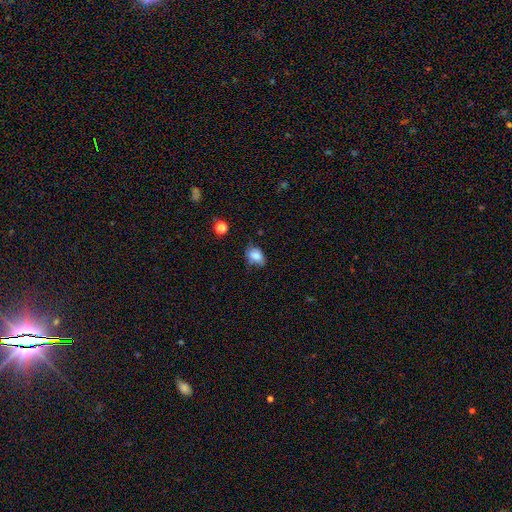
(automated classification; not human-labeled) smooth-or-featured: smooth: 78% | featured or disk: 12% | star or artifact: 10%
  how-rounded: in between: 75% | round: 24% | cigar-shaped: 2%
  merging: none: 51% | minor disturbance: 35% | major disturbance: 10% | merger: 4%